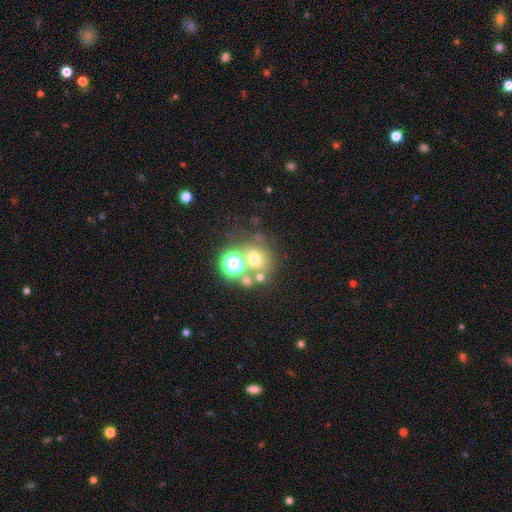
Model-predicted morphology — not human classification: Smooth or featured? Predicted: smooth (p=0.48). Merging? Predicted: none (p=0.54).